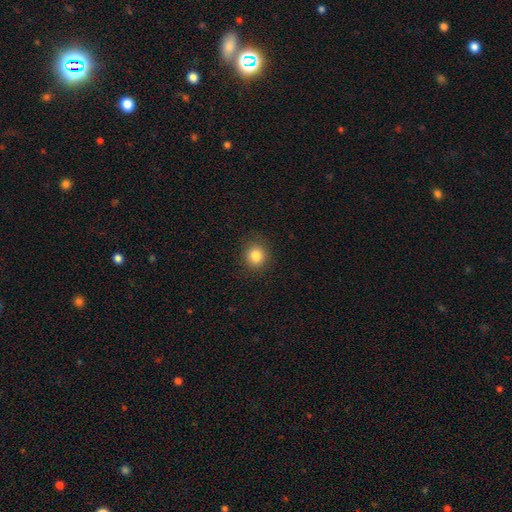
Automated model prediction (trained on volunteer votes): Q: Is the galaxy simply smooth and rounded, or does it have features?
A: smooth — 84%.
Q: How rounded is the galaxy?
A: round — 86%.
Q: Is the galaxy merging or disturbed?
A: none — 89%.